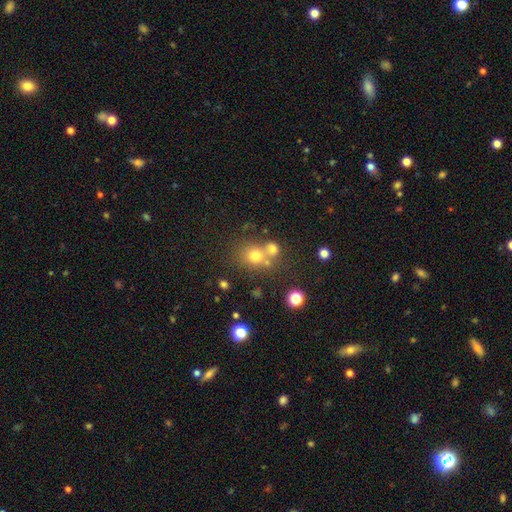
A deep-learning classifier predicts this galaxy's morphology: This is likely a smooth galaxy (67%). How rounded: likely round (79%). Merging: possibly none (50%).